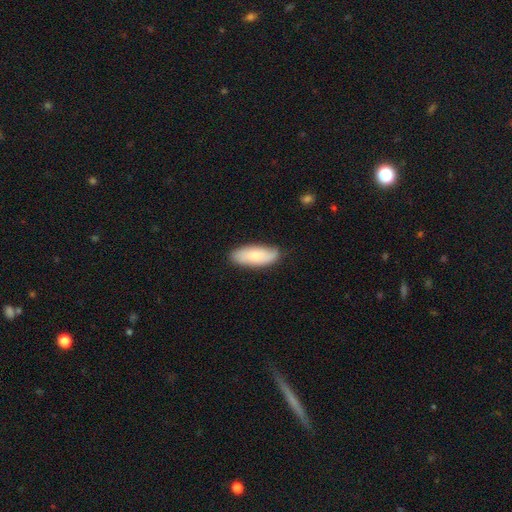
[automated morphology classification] The model was most divided on "smooth or featured": smooth: 72%, featured or disk: 22%, star or artifact: 6%. More confident: merging — none (81%); how rounded — in between (77%).